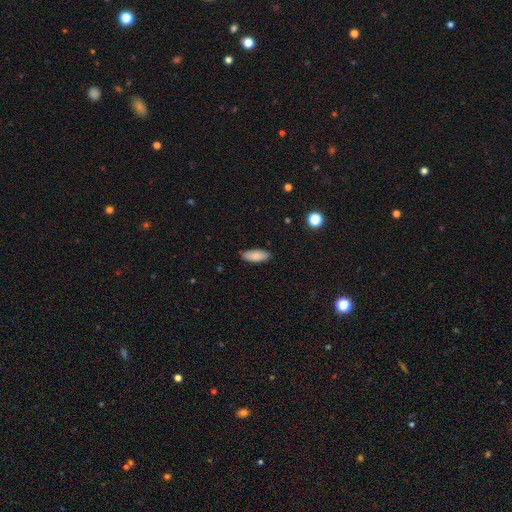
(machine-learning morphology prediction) Smooth or featured: smooth — 86% (featured or disk — 7%)
How rounded: in between — 80% (cigar-shaped — 18%)
Merging: none — 88% (minor disturbance — 9%)